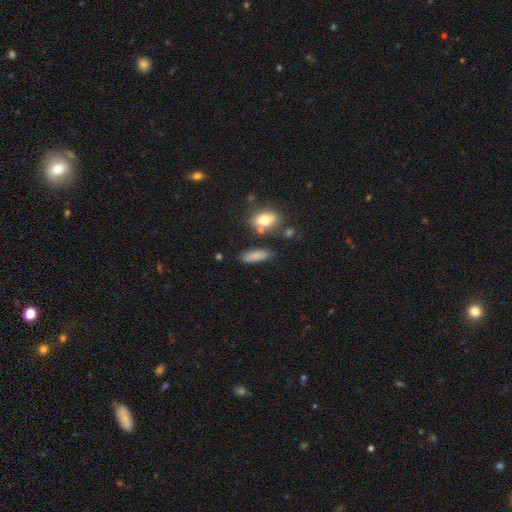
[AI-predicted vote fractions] Morphology: type=smooth (82%); roundness=in between (52%); merging=none (77%).